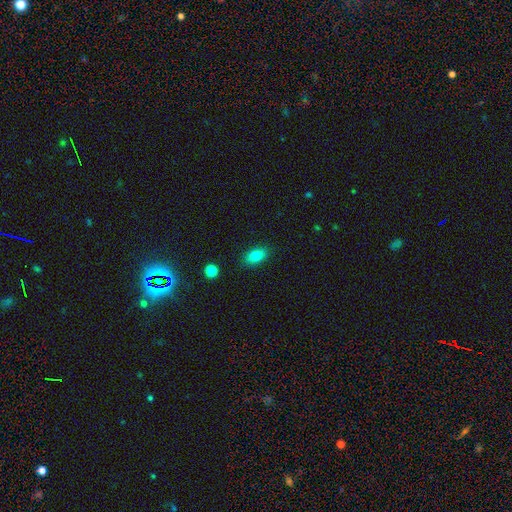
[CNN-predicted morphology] Smooth or featured?
  - smooth: 83% *
  - star or artifact: 9%
  - featured or disk: 8%
How rounded?
  - in between: 87% *
  - round: 9%
  - cigar-shaped: 4%
Merging?
  - none: 87% *
  - minor disturbance: 9%
  - major disturbance: 2%
  - merger: 1%